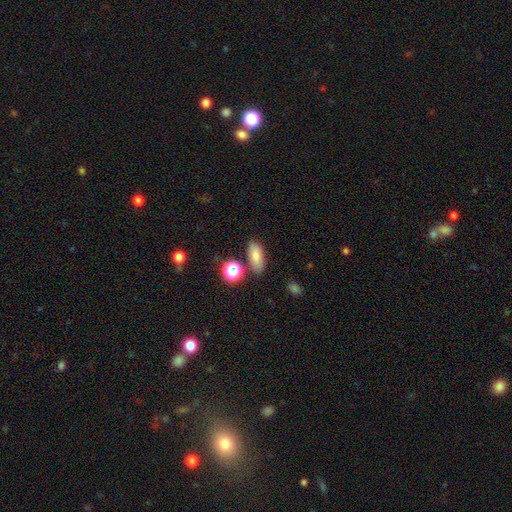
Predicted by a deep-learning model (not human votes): Morphology: type=smooth (78%); roundness=in between (82%); merging=none (76%).